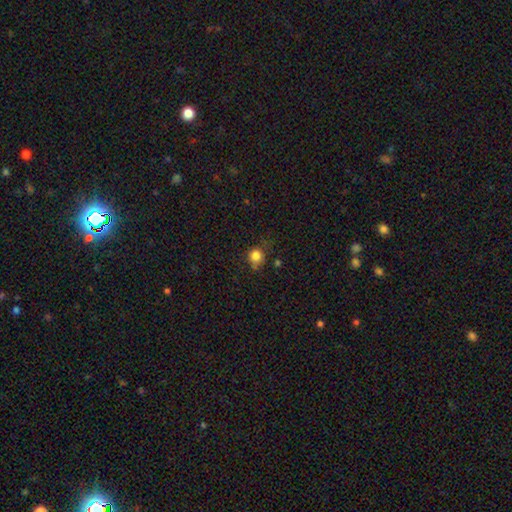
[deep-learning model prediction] A smooth galaxy with no disk features (82%) that is round (82%).

Vote fractions:
- Smooth or featured? smooth: 82% / star or artifact: 12% / featured or disk: 6%
- How rounded? round: 82% / in between: 17% / cigar-shaped: 1%
- Merging? none: 64% / minor disturbance: 26% / major disturbance: 8% / merger: 2%